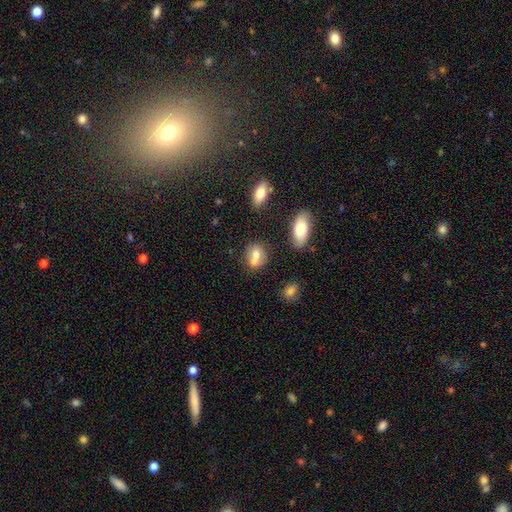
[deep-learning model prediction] smooth 71%, featured or disk 19%, star or artifact 10%. Down the decision tree: how rounded — round (57%); merging — merger (42%, tied with none).